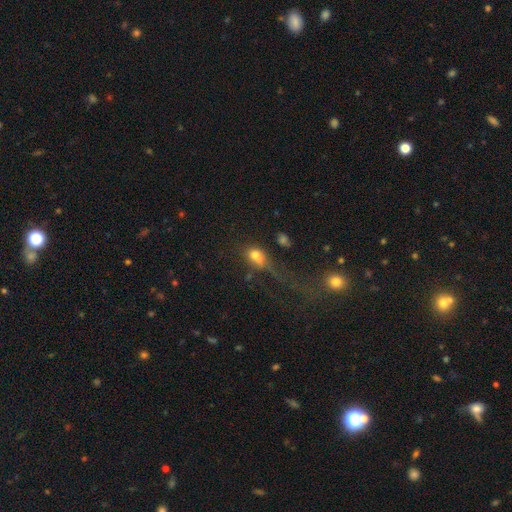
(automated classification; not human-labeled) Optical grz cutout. It shows a smooth galaxy with no disk features (68%) that is in between round and cigar-shaped (70%). Merging: major disturbance (38%).